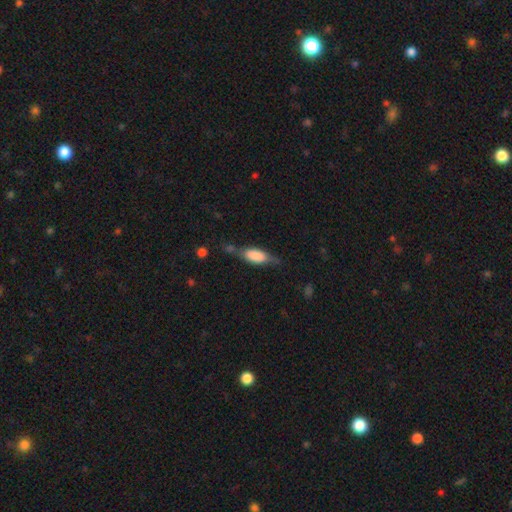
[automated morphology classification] Overall: smooth (70%). How rounded: in between (73%). Merging: none (50%; minor disturbance 29%).